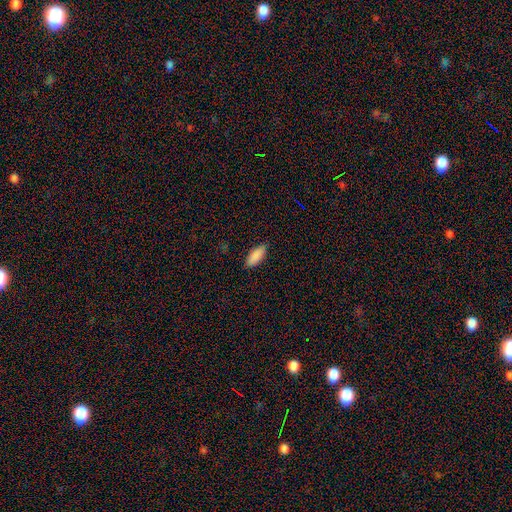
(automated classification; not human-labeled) Q: Smooth or featured?
A: smooth (90%); runner-up: star or artifact (6%)
Q: How rounded?
A: in between (79%); runner-up: cigar-shaped (19%)
Q: Merging?
A: none (87%); runner-up: minor disturbance (10%)